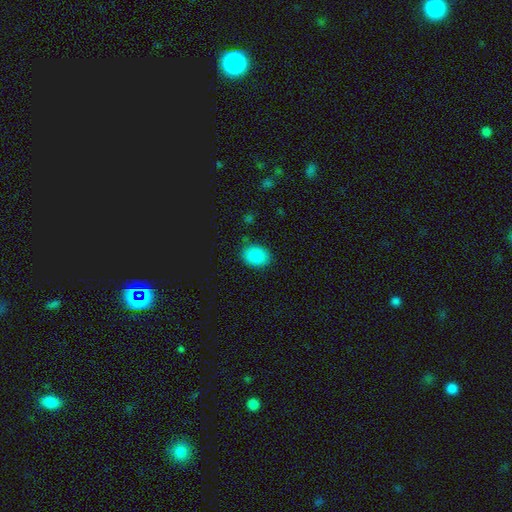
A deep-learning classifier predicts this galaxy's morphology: smooth 88%, star or artifact 9%, featured or disk 3%. Down the decision tree: how rounded — in between (66%); merging — none (84%).